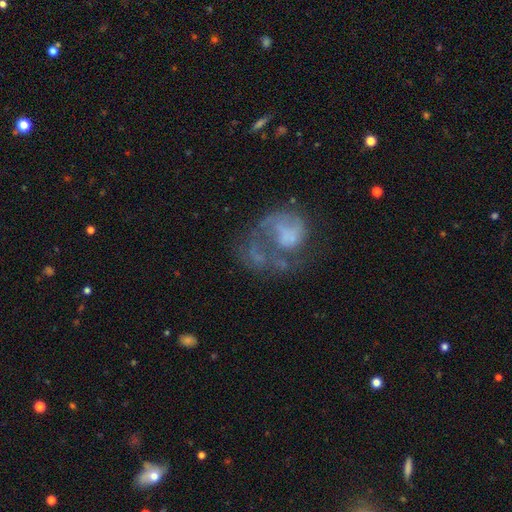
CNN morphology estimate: Smooth or featured?
  - featured or disk: 66% *
  - smooth: 23%
  - star or artifact: 11%
Edge-on disk?
  - no: 98% *
  - yes: 2%
Bar?
  - no: 80% *
  - weak: 17%
  - strong: 3%
Spiral arms?
  - yes: 59% *
  - no: 41%
Bulge size?
  - none: 52% *
  - small: 20%
  - moderate: 17%
  - large: 8%
  - dominant: 3%
Merging?
  - major disturbance: 46% *
  - none: 28%
  - minor disturbance: 13%
  - merger: 12%